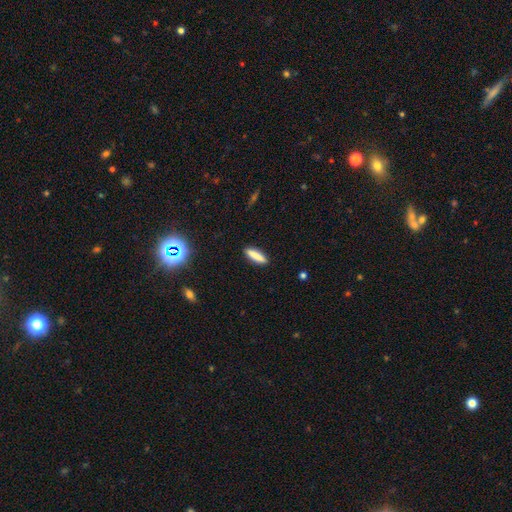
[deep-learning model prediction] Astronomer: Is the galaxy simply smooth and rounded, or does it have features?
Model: smooth — 81%.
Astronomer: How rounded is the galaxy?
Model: cigar-shaped — 75%.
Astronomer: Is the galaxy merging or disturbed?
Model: none — 89%.